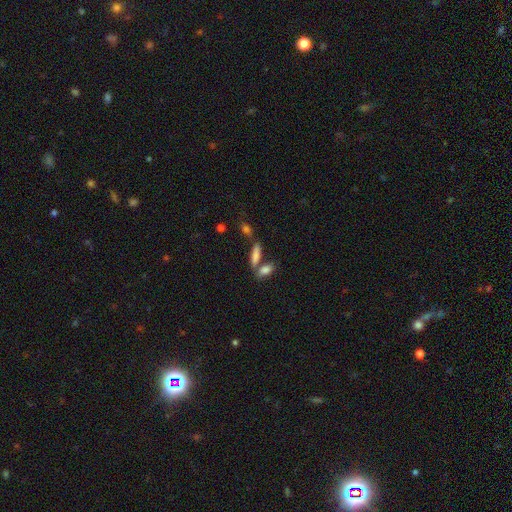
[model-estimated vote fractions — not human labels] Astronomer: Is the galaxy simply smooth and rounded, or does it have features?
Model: smooth — 77%.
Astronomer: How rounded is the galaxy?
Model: cigar-shaped — 48%, tied with in between at 48%.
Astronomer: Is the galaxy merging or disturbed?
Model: none — 52% (runner-up: merger, 31%).